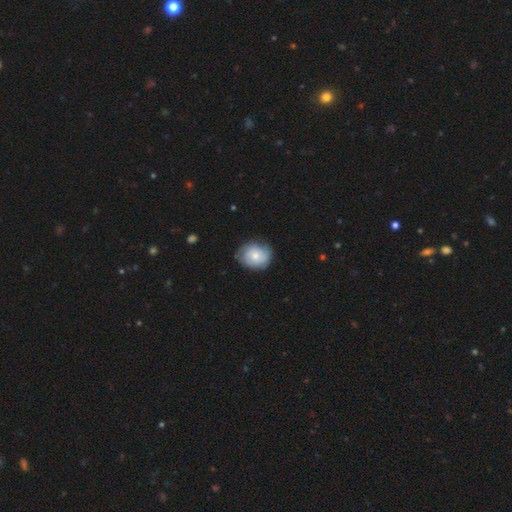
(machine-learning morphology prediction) Q: Smooth or featured?
A: smooth (60%); runner-up: featured or disk (34%)
Q: How rounded?
A: round (63%); runner-up: in between (36%)
Q: Merging?
A: none (73%); runner-up: minor disturbance (21%)